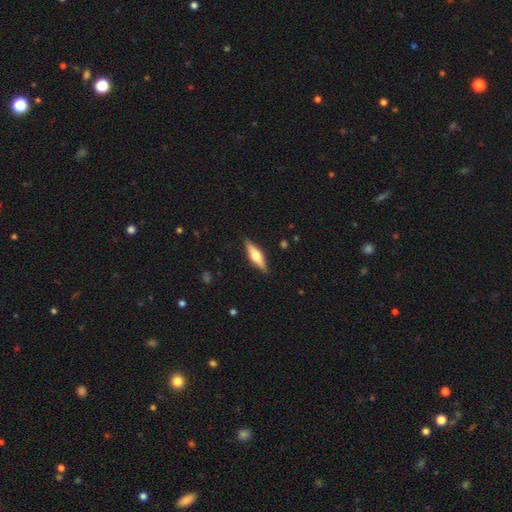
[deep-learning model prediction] Smooth or featured?
  - featured or disk: 54% *
  - smooth: 41%
  - star or artifact: 6%
Edge-on disk?
  - yes: 94% *
  - no: 6%
Edge-on bulge?
  - rounded: 93% *
  - boxy: 5%
  - none: 2%
Merging?
  - none: 89% *
  - minor disturbance: 9%
  - major disturbance: 2%
  - merger: 1%